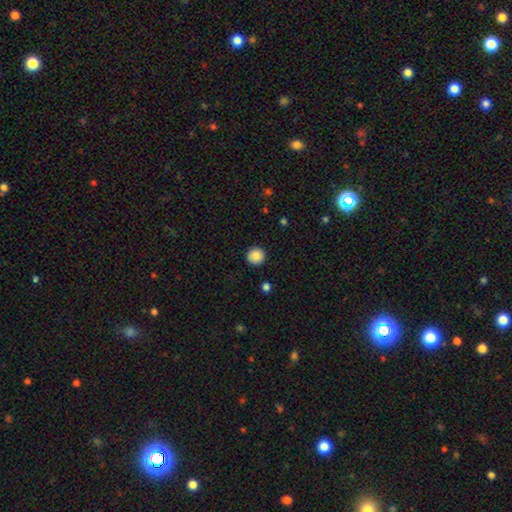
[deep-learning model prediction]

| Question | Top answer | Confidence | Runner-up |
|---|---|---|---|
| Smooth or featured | smooth | 87% | star or artifact (9%) |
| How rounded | round | 96% | in between (3%) |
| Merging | none | 93% | minor disturbance (5%) |